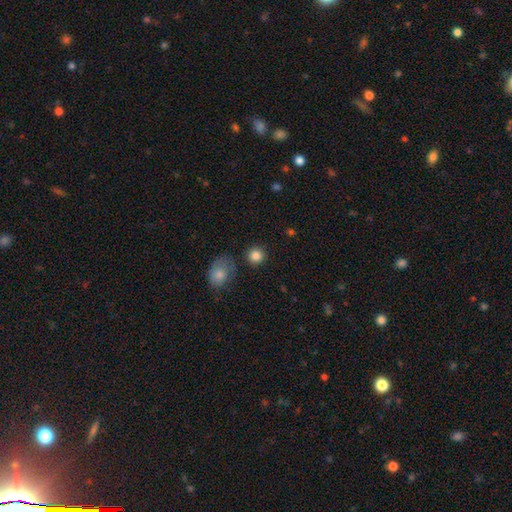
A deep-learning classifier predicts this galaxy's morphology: Smooth or featured: smooth — 85% (star or artifact — 10%)
How rounded: round — 90% (in between — 9%)
Merging: none — 85% (minor disturbance — 9%)